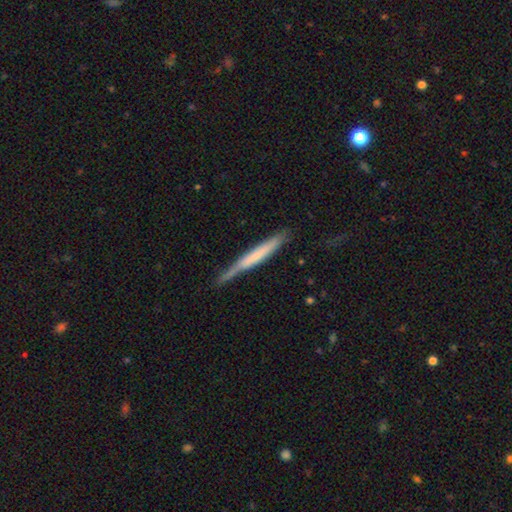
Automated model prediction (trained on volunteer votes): Smooth or featured: smooth — 49% (featured or disk — 45%)
Merging: none — 75% (minor disturbance — 19%)